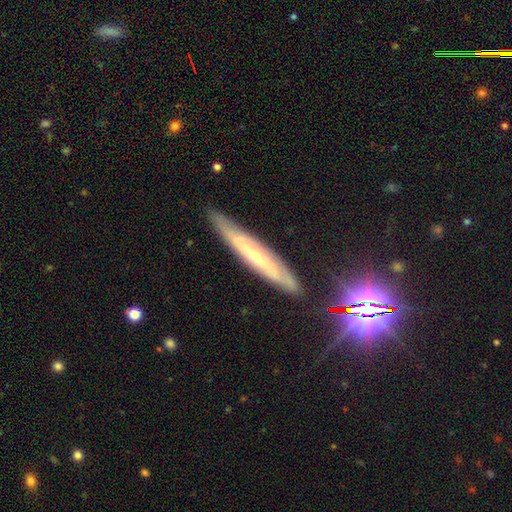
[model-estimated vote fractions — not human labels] Smooth or featured: featured or disk — 64% (smooth — 24%)
Edge-on disk: yes — 73% (no — 27%)
Merging: none — 83% (minor disturbance — 13%)